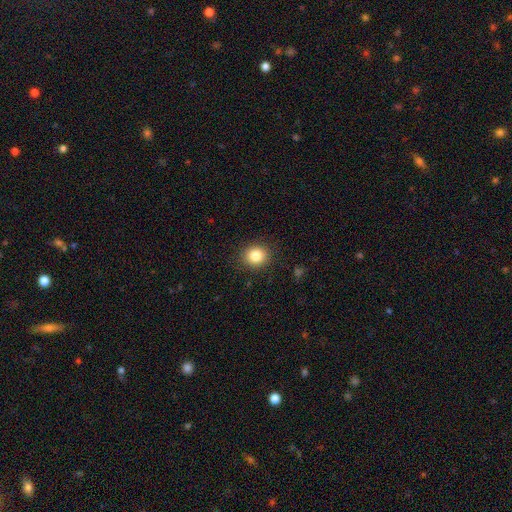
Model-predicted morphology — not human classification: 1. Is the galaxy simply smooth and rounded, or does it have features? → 83% smooth, 10% star or artifact, 6% featured or disk.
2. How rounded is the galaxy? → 81% round, 19% in between, 1% cigar-shaped.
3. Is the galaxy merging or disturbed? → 90% none, 7% minor disturbance, 2% major disturbance, 1% merger.